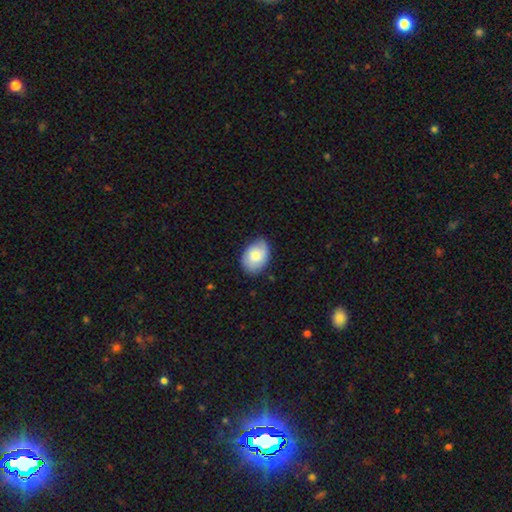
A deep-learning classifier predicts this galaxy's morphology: smooth-or-featured: smooth: 77% | featured or disk: 17% | star or artifact: 6%
  how-rounded: in between: 80% | round: 19% | cigar-shaped: 1%
  merging: none: 74% | minor disturbance: 21% | major disturbance: 3% | merger: 1%